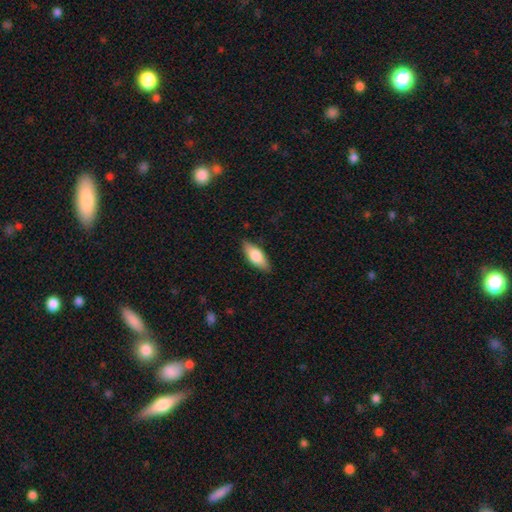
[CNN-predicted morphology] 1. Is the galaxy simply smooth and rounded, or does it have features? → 72% smooth, 22% featured or disk, 6% star or artifact.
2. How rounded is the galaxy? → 76% in between, 21% cigar-shaped, 2% round.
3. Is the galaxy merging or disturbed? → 85% none, 11% minor disturbance, 2% major disturbance, 1% merger.